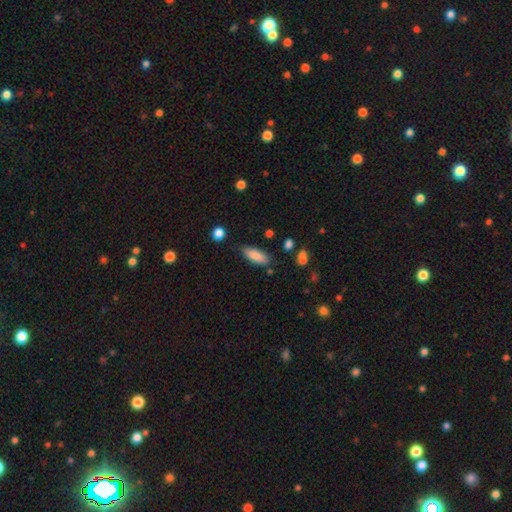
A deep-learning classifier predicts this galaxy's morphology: Smooth or featured? smooth (85%)
How rounded? in between (74%)
Merging? none (81%)